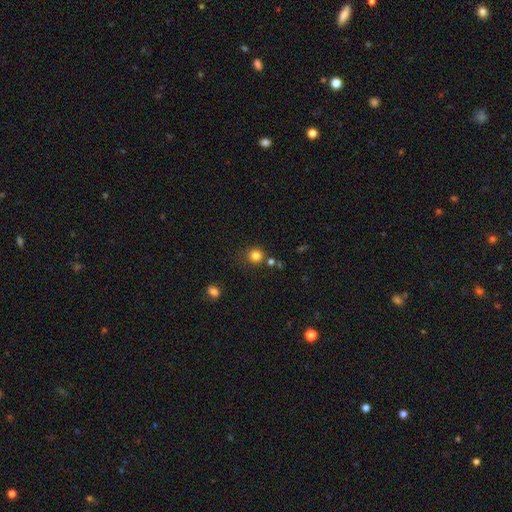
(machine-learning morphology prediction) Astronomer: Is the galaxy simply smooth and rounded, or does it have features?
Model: smooth — 82%.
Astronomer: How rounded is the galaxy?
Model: round — 90%.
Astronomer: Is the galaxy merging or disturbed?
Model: none — 78%.